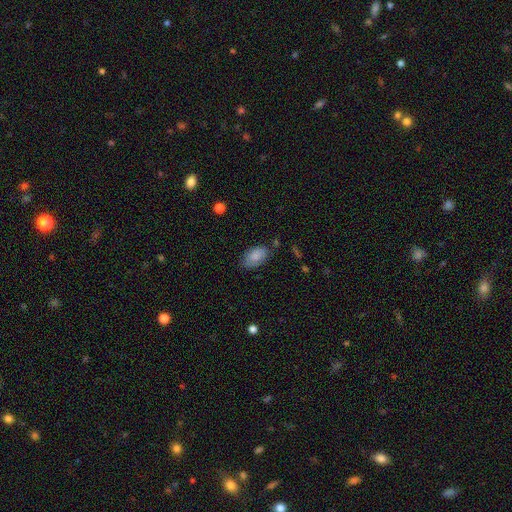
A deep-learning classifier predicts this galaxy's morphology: smooth_or_featured: smooth (p=0.84) [alt: featured or disk p=0.09]
how_rounded: in between (p=0.93) [alt: round p=0.05]
merging: none (p=0.72) [alt: minor disturbance p=0.21]